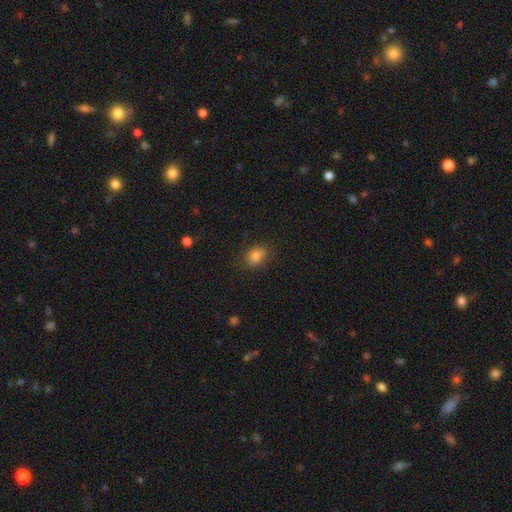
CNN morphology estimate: Smooth or featured: smooth — 83% (star or artifact — 11%)
How rounded: in between — 60% (round — 39%)
Merging: none — 80% (minor disturbance — 14%)